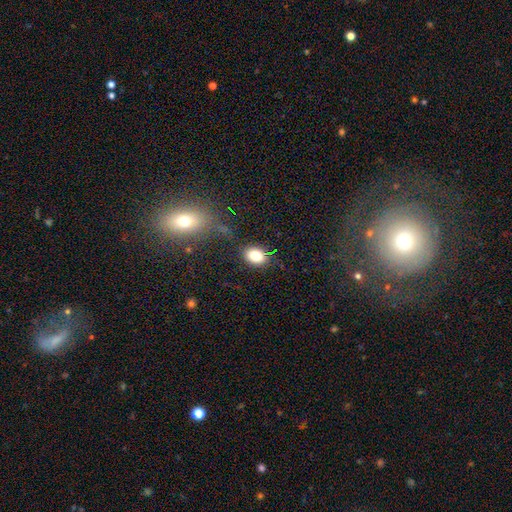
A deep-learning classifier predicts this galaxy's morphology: Smooth or featured? Predicted: smooth (p=0.84). How rounded? Predicted: in between (p=0.73). Merging? Predicted: none (p=0.80).